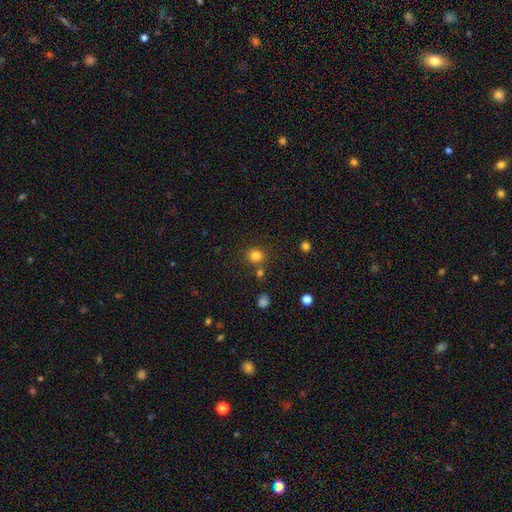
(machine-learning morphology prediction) smooth-or-featured: smooth: 82% | star or artifact: 13% | featured or disk: 5%
  how-rounded: round: 88% | in between: 11% | cigar-shaped: 1%
  merging: none: 80% | merger: 9% | minor disturbance: 8% | major disturbance: 3%